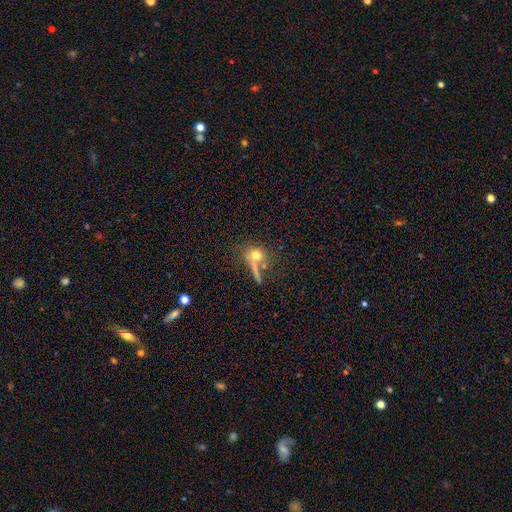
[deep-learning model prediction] Smooth or featured? smooth (68%)
How rounded? round (71%)
Merging? none (47%)